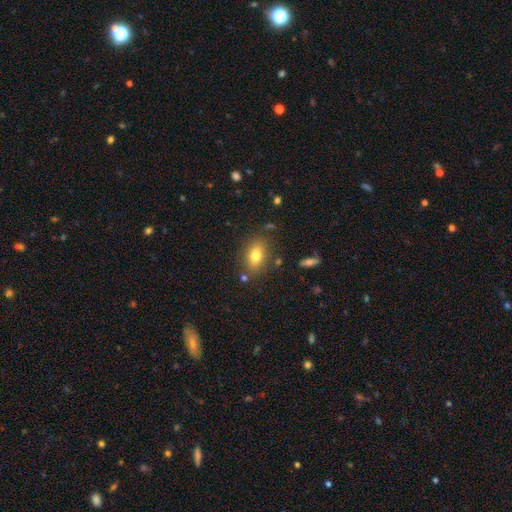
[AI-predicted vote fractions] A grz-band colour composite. It shows a smooth galaxy with no disk features (78%) that is in between round and cigar-shaped (83%). Merging: none (80%).